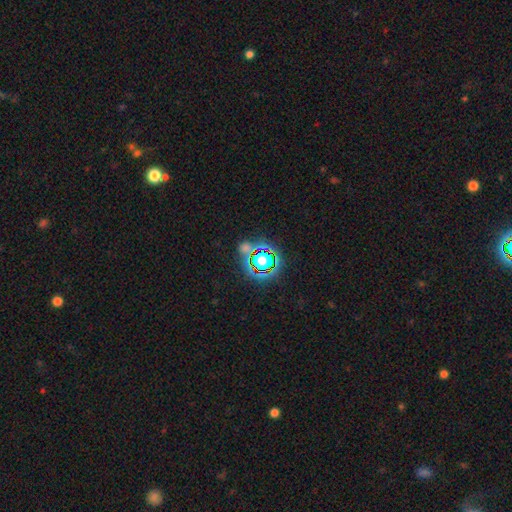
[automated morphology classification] This appears to be a star or artifact, not a galaxy (74%).